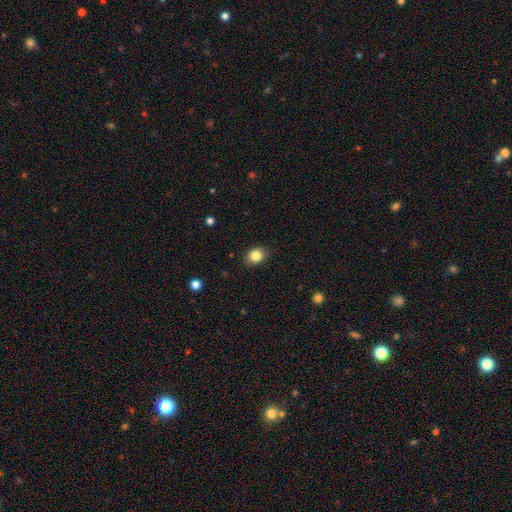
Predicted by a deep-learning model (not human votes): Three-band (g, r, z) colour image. It shows a smooth galaxy with no disk features (85%) that is round (55%). Merging: none (85%).